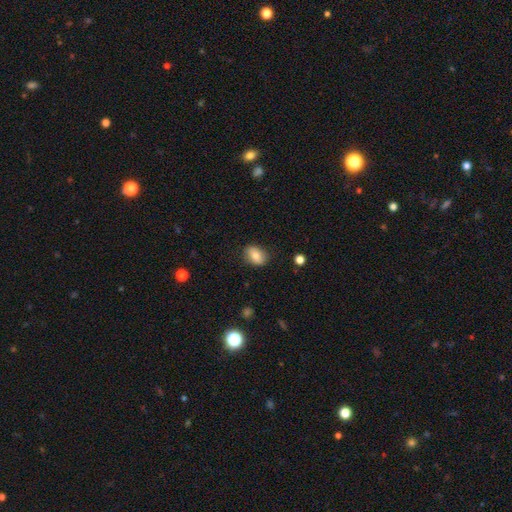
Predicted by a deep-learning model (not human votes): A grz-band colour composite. It shows a smooth galaxy with no disk features (80%) that is in between round and cigar-shaped (78%). Merging: none (82%).